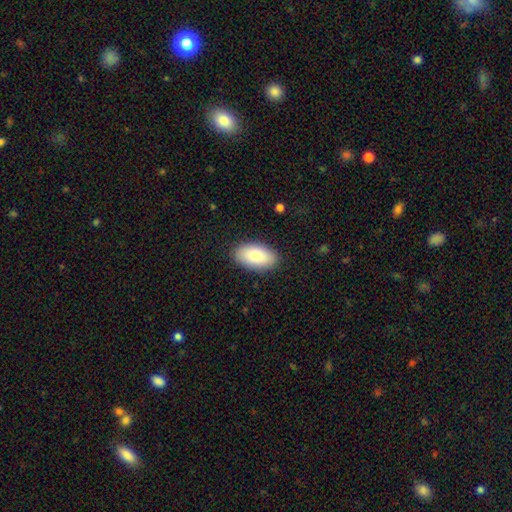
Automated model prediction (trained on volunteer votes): The model was most divided on "smooth or featured": smooth: 86%, featured or disk: 8%, star or artifact: 6%. More confident: how rounded — in between (95%); merging — none (88%).